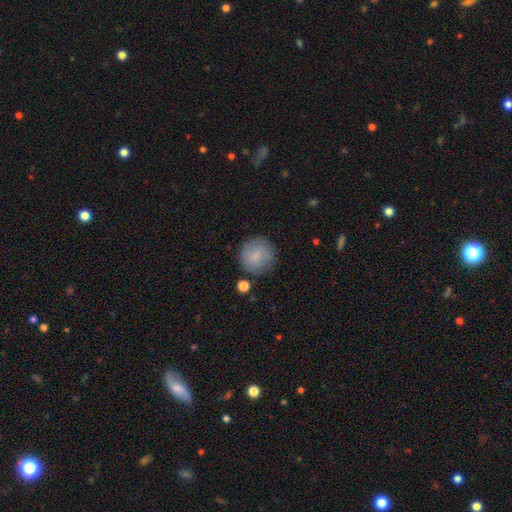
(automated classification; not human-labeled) The model was most divided on "merging": none: 81%, minor disturbance: 12%, major disturbance: 4%, merger: 3%. More confident: how rounded — round (94%); smooth or featured — smooth (81%).